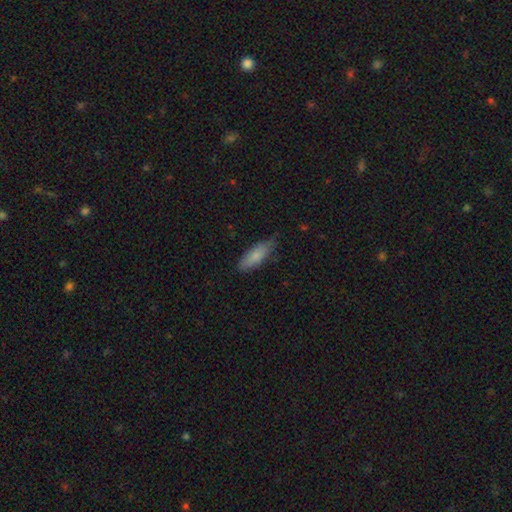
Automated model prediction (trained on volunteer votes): Smooth or featured: smooth — 82% (featured or disk — 13%)
How rounded: in between — 64% (cigar-shaped — 34%)
Merging: none — 70% (minor disturbance — 25%)